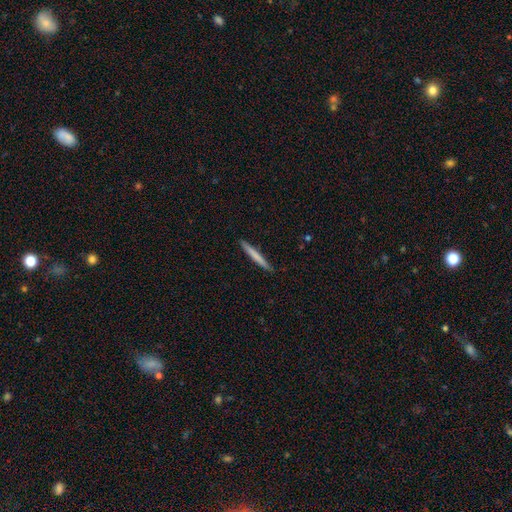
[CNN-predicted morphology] This appears to be a smooth galaxy with no disk features (70%) that is cigar-shaped (97%). Merging: none (91%).